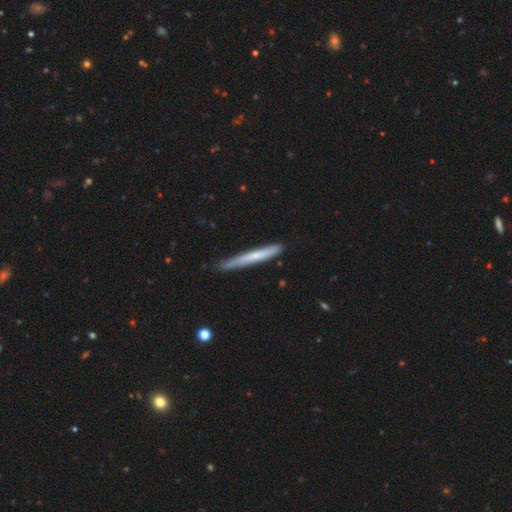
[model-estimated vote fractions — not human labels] smooth 57%, featured or disk 38%, star or artifact 5%. Down the decision tree: how rounded — cigar-shaped (96%); merging — none (78%).